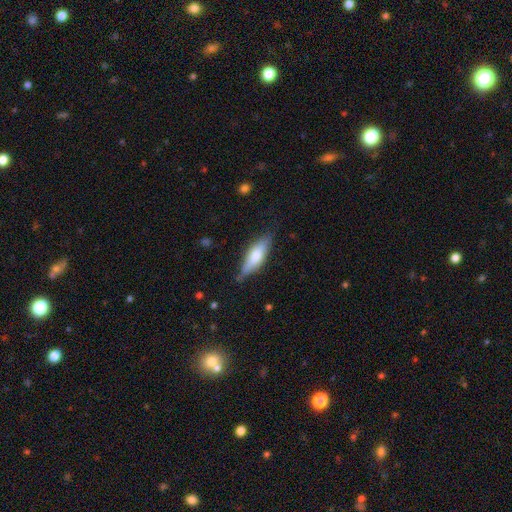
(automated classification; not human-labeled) Smooth or featured?
  - smooth: 57% *
  - featured or disk: 37%
  - star or artifact: 6%
How rounded?
  - in between: 51% *
  - cigar-shaped: 46%
  - round: 2%
Merging?
  - none: 70% *
  - minor disturbance: 23%
  - major disturbance: 5%
  - merger: 2%